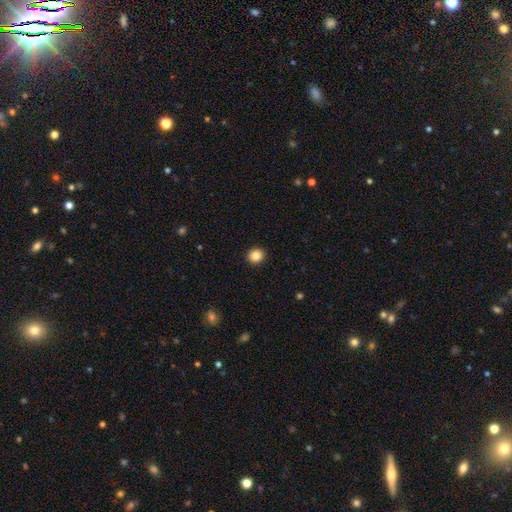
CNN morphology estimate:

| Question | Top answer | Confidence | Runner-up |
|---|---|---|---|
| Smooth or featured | smooth | 85% | star or artifact (11%) |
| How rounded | round | 90% | in between (9%) |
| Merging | none | 93% | minor disturbance (4%) |